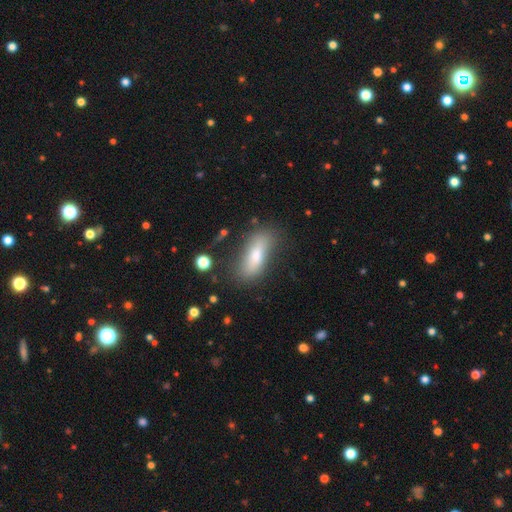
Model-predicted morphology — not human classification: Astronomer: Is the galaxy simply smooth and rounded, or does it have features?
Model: smooth — 73%.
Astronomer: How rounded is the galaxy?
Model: in between — 67%.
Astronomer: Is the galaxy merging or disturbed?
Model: none — 66%.